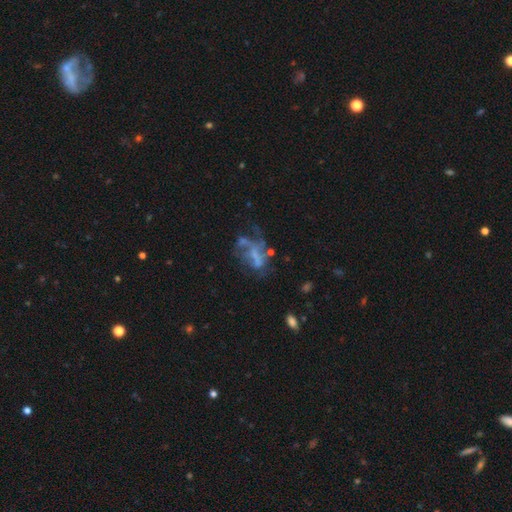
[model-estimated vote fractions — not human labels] A featured or disk galaxy (57%) with no bar (71%), no spiral arms (76%) and no central bulge (59%).

Vote fractions:
- Smooth or featured? featured or disk: 57% / smooth: 26% / star or artifact: 17%
- Edge-on disk? no: 96% / yes: 4%
- Bar? no: 71% / weak: 20% / strong: 9%
- Spiral arms? no: 76% / yes: 24%
- Bulge size? none: 59% / small: 21% / moderate: 15% / large: 3% / dominant: 1%
- Merging? major disturbance: 39% / none: 30% / minor disturbance: 17% / merger: 14%